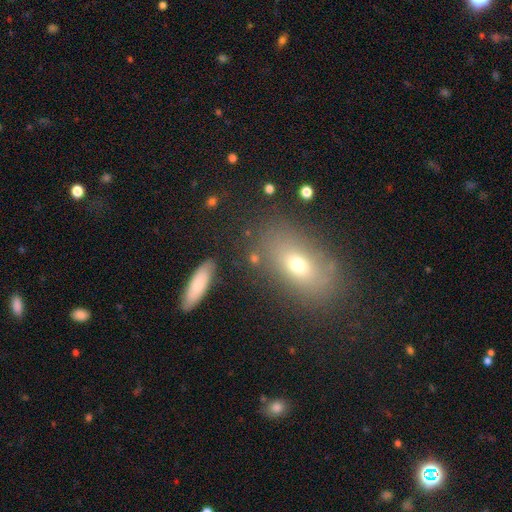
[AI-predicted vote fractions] This is possibly a smooth galaxy (60%). How rounded: clearly in between (81%). Merging: likely none (80%).